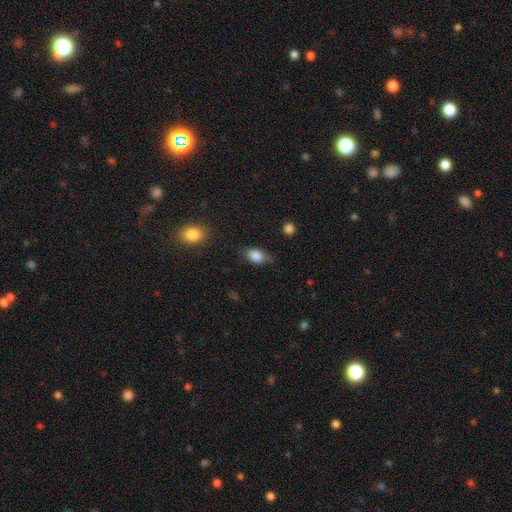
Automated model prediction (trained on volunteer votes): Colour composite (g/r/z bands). It shows a smooth galaxy with no disk features (84%) that is in between round and cigar-shaped (87%). Merging: none (67%).